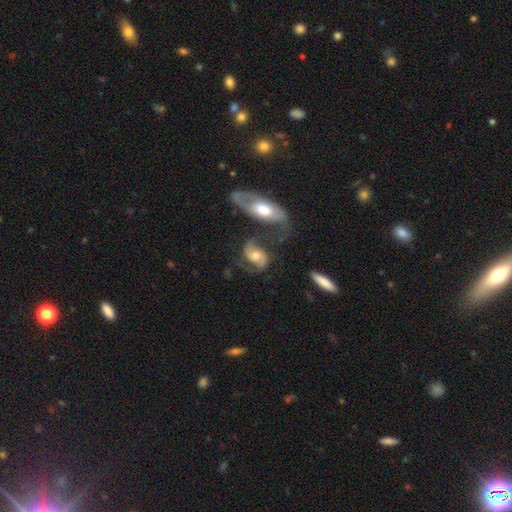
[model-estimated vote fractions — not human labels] Overall: featured or disk (80%). Edge-on disk: no (96%). Bar: no (56%; weak 34%). Spiral arms: yes (93%). Spiral arm count: 2 (89%). Spiral winding: medium (48%; loose 37%). Bulge size: moderate (65%). Merging: none (45%; merger 22%).